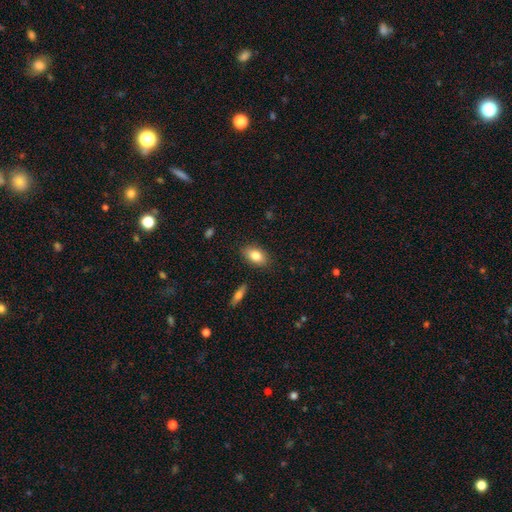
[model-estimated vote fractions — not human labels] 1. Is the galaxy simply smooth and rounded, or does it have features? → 81% smooth, 12% featured or disk, 7% star or artifact.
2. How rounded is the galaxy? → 88% in between, 8% round, 4% cigar-shaped.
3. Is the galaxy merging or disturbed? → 86% none, 10% minor disturbance, 2% major disturbance, 2% merger.